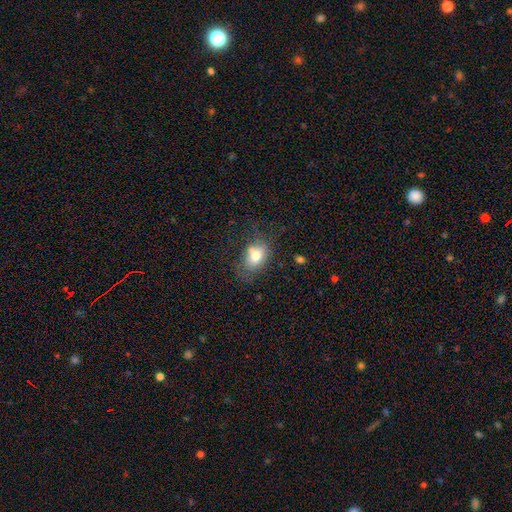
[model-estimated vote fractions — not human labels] This is likely a smooth galaxy (74%). How rounded: likely in between (76%). Merging: possibly none (53%).